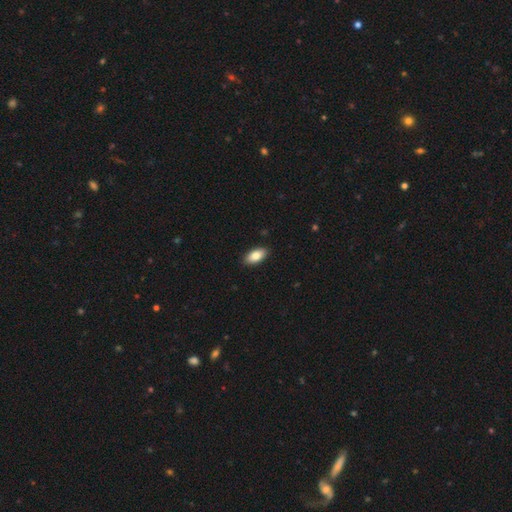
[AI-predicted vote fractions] This is clearly a smooth galaxy (83%). How rounded: clearly in between (91%). Merging: clearly none (90%).